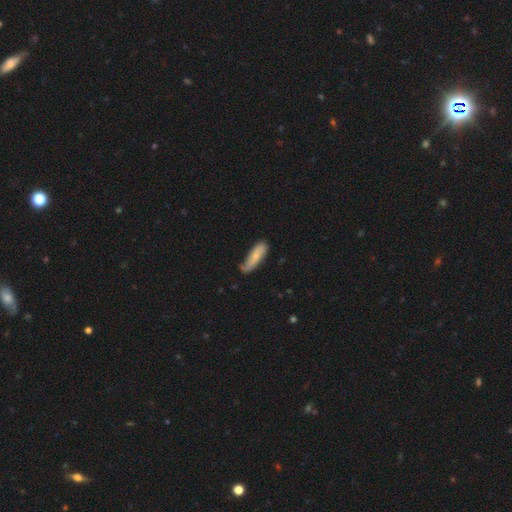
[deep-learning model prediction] Smooth or featured: smooth — 71% (featured or disk — 23%)
How rounded: cigar-shaped — 52% (in between — 47%)
Merging: none — 55% (minor disturbance — 34%)